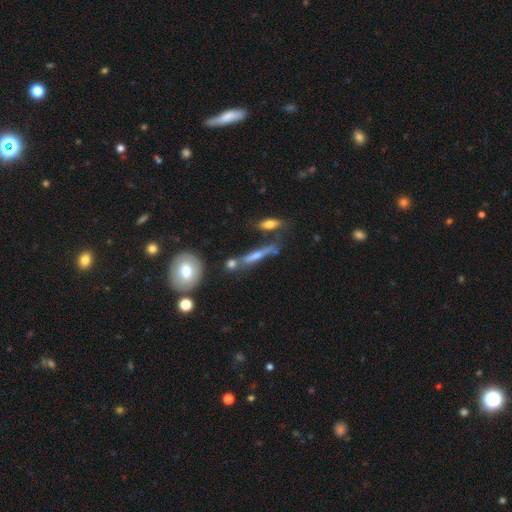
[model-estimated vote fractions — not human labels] Smooth or featured?
  - featured or disk: 47% *
  - smooth: 30%
  - star or artifact: 22%
Merging?
  - none: 71% *
  - minor disturbance: 13%
  - merger: 10%
  - major disturbance: 6%